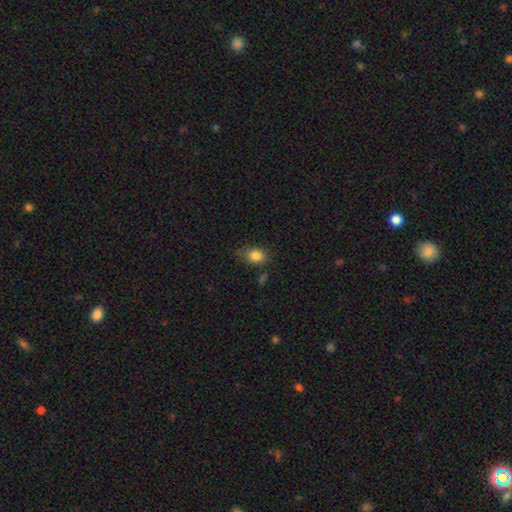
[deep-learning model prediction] Q: Smooth or featured?
A: smooth (84%); runner-up: star or artifact (10%)
Q: How rounded?
A: in between (61%); runner-up: round (38%)
Q: Merging?
A: none (67%); runner-up: minor disturbance (24%)